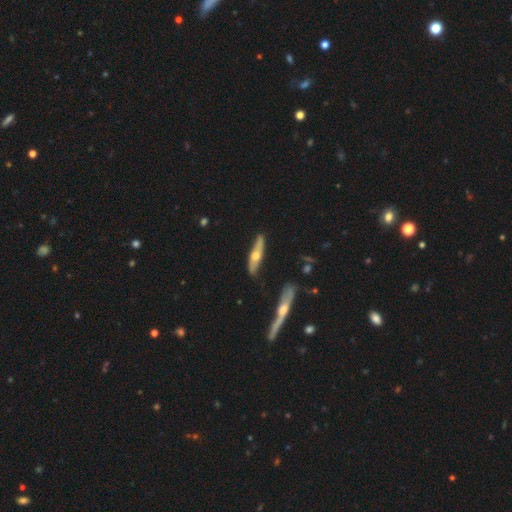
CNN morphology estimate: Overall: featured or disk (58%; smooth 37%). Edge-on disk: yes (80%). Merging: none (81%).